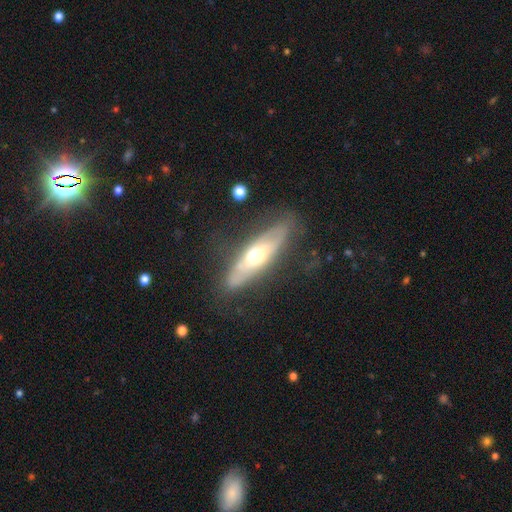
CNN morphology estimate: Smooth or featured?
  - featured or disk: 61% *
  - smooth: 33%
  - star or artifact: 6%
Edge-on disk?
  - yes: 63% *
  - no: 37%
Merging?
  - none: 75% *
  - minor disturbance: 17%
  - major disturbance: 6%
  - merger: 2%